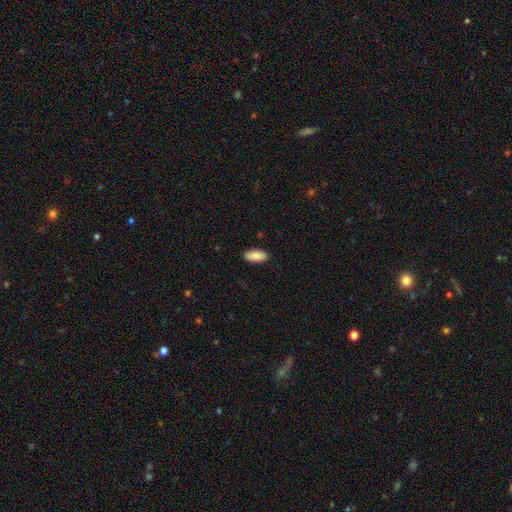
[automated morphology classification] The model was most divided on "merging": none: 89%, minor disturbance: 8%, major disturbance: 2%, merger: 1%. More confident: how rounded — in between (90%); smooth or featured — smooth (89%).